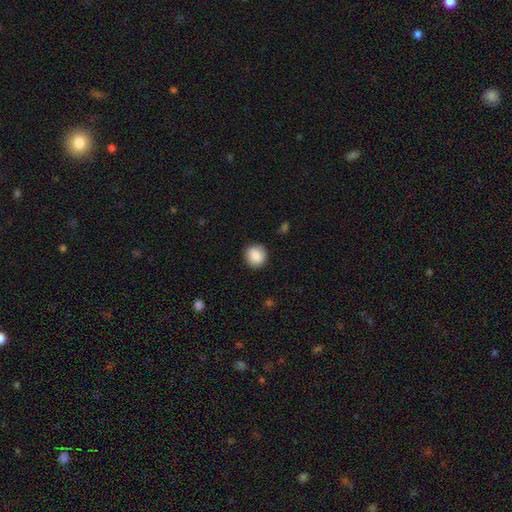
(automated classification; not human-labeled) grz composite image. It shows a smooth galaxy with no disk features (88%) that is round (88%). Merging: none (88%).